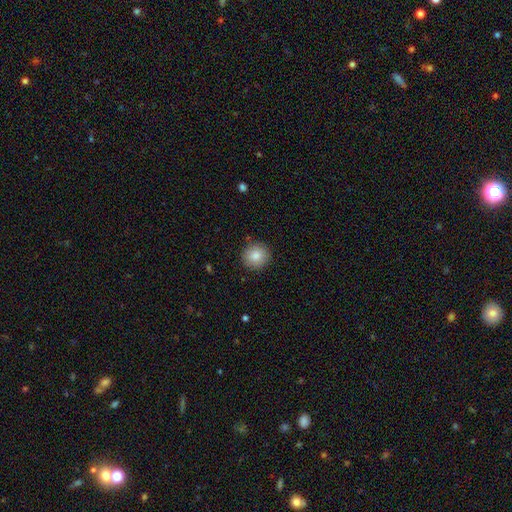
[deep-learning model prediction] This appears to be a smooth galaxy with no disk features (85%) that is round (93%). Merging: none (90%).